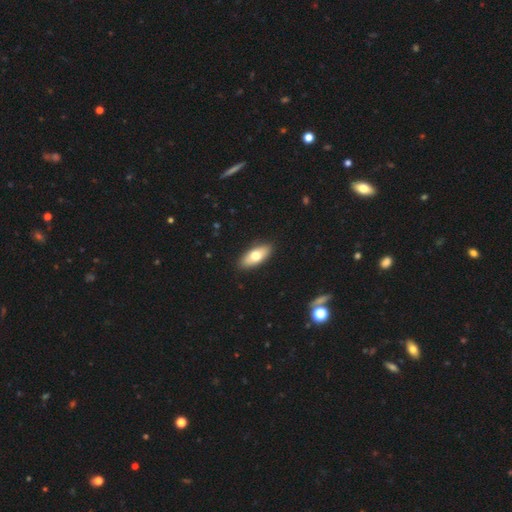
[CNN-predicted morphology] Smooth or featured? Predicted: smooth (p=0.71). How rounded? Predicted: in between (p=0.83). Merging? Predicted: none (p=0.90).